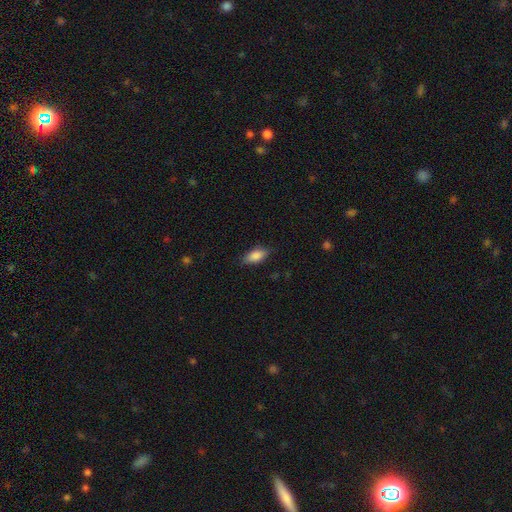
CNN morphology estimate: A smooth galaxy with no disk features (86%) that is in between round and cigar-shaped (86%).

Vote fractions:
- Smooth or featured? smooth: 86% / featured or disk: 8% / star or artifact: 7%
- How rounded? in between: 86% / cigar-shaped: 11% / round: 3%
- Merging? none: 83% / minor disturbance: 14% / major disturbance: 3% / merger: 1%